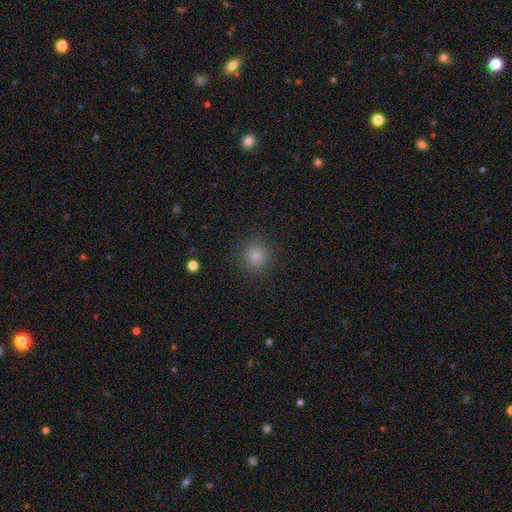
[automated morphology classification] This is likely a smooth galaxy (78%). How rounded: clearly round (95%). Merging: clearly none (91%).